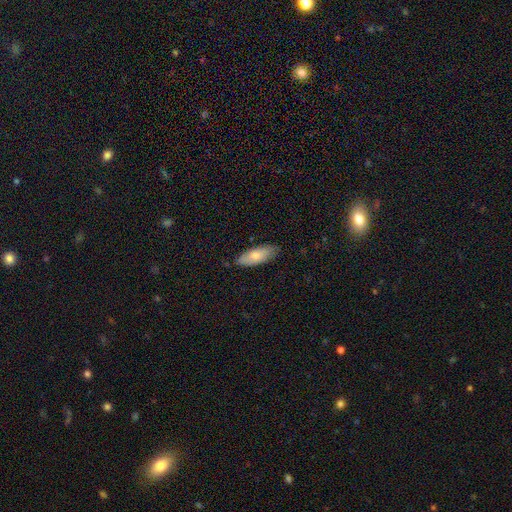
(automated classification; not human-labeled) The model was most divided on "smooth or featured": smooth: 71%, featured or disk: 24%, star or artifact: 6%. More confident: merging — none (81%); how rounded — in between (75%).